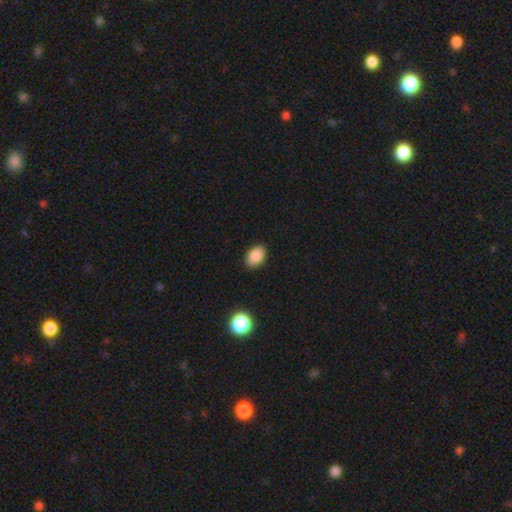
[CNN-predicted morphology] Q: Smooth or featured?
A: smooth (88%); runner-up: star or artifact (8%)
Q: How rounded?
A: in between (86%); runner-up: round (13%)
Q: Merging?
A: none (88%); runner-up: minor disturbance (9%)